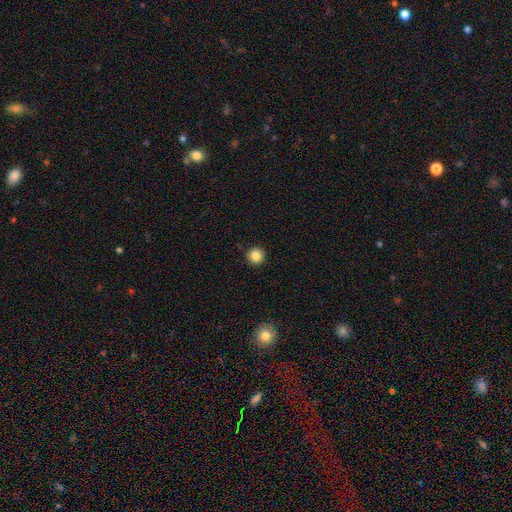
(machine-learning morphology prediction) Smooth or featured? Predicted: smooth (p=0.85). How rounded? Predicted: round (p=0.96). Merging? Predicted: none (p=0.93).